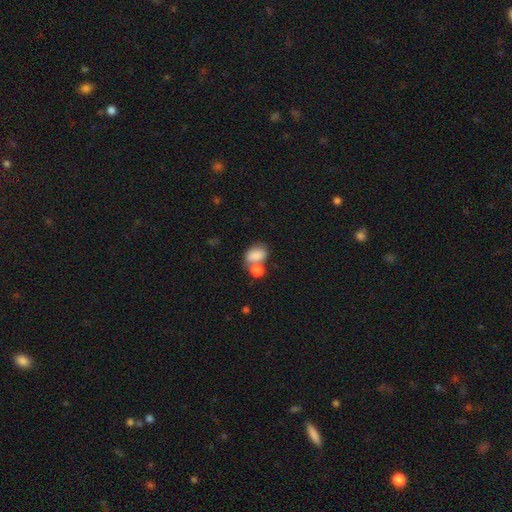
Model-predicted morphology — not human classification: Overall: smooth (82%). How rounded: in between (79%). Merging: merger (46%; none 34%).